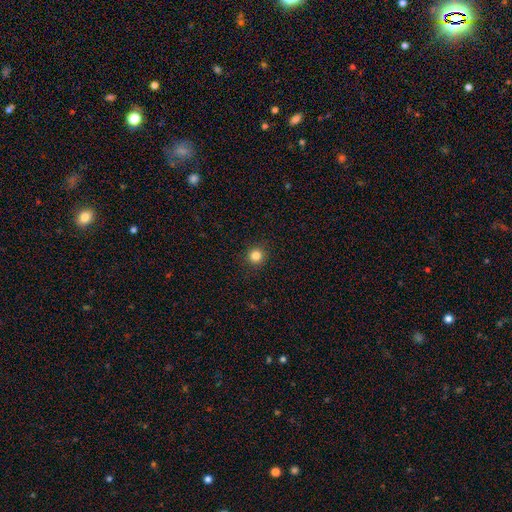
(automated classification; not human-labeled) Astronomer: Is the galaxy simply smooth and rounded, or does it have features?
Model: smooth — 83%.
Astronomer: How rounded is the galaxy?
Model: round — 94%.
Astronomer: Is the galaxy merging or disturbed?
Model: none — 92%.